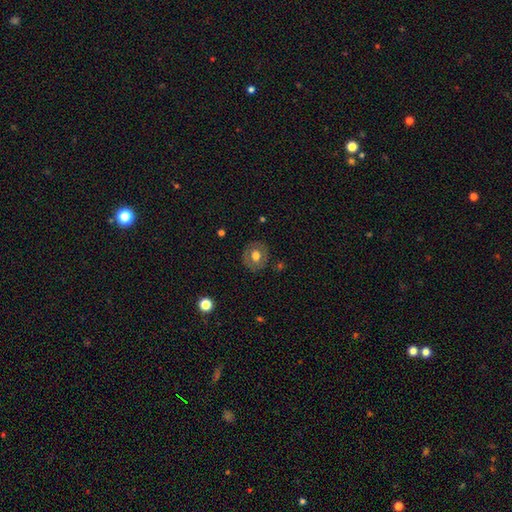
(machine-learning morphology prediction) Q: Smooth or featured?
A: smooth (57%); runner-up: featured or disk (35%)
Q: How rounded?
A: round (78%); runner-up: in between (21%)
Q: Merging?
A: none (84%); runner-up: minor disturbance (11%)